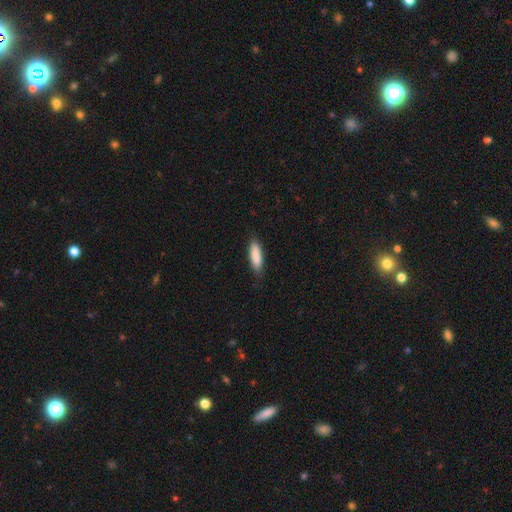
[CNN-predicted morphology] Smooth or featured: smooth — 87% (featured or disk — 7%)
How rounded: cigar-shaped — 62% (in between — 36%)
Merging: none — 84% (minor disturbance — 13%)